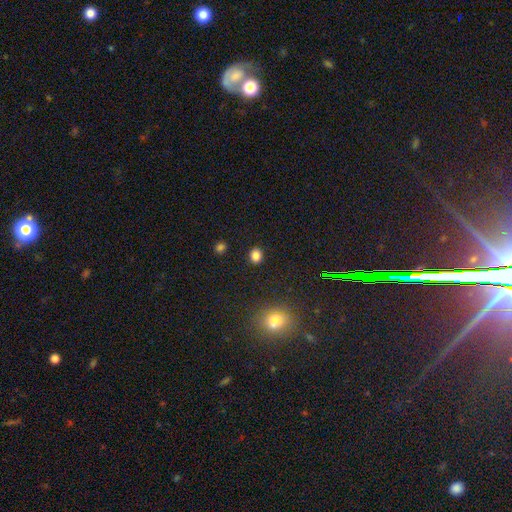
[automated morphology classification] Overall: smooth (83%). How rounded: round (63%; in between 35%). Merging: none (88%).